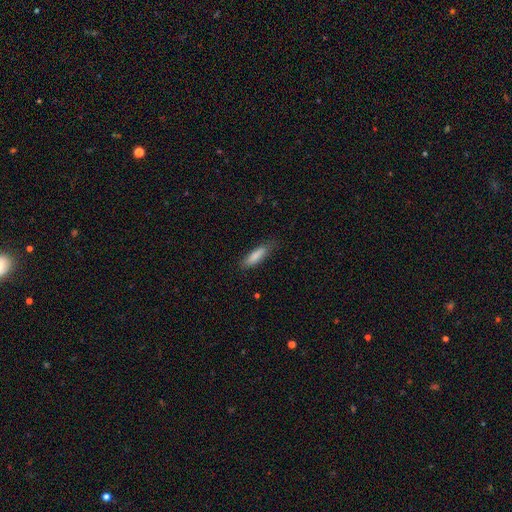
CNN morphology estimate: This is clearly a smooth galaxy (84%). How rounded: likely cigar-shaped (62%). Merging: likely none (76%).